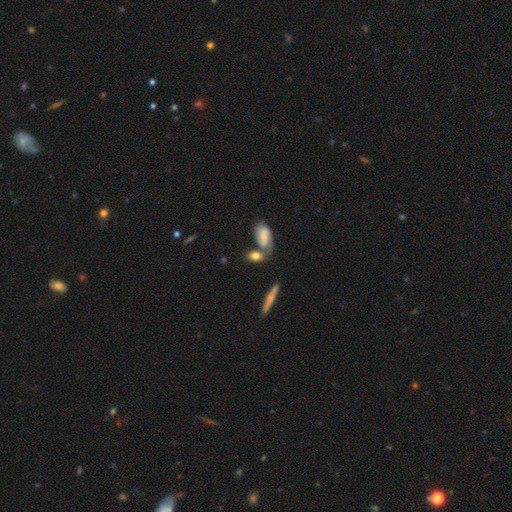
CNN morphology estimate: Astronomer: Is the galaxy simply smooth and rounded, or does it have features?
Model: smooth — 72%.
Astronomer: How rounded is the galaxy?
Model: in between — 77%.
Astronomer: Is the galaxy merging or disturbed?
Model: none — 46% (runner-up: merger, 34%).